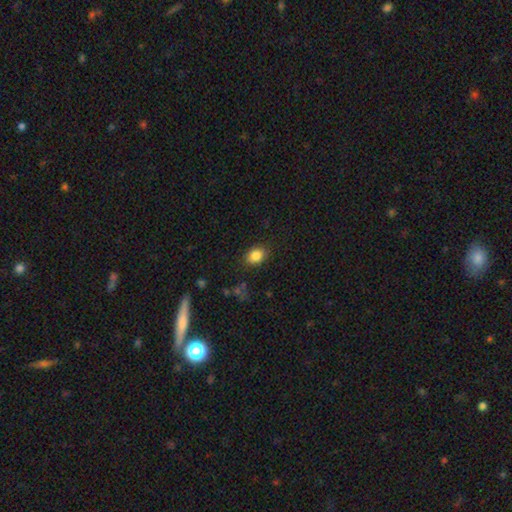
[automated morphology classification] smooth_or_featured: smooth (p=0.85) [alt: star or artifact p=0.10]
how_rounded: in between (p=0.57) [alt: round p=0.42]
merging: none (p=0.84) [alt: minor disturbance p=0.11]